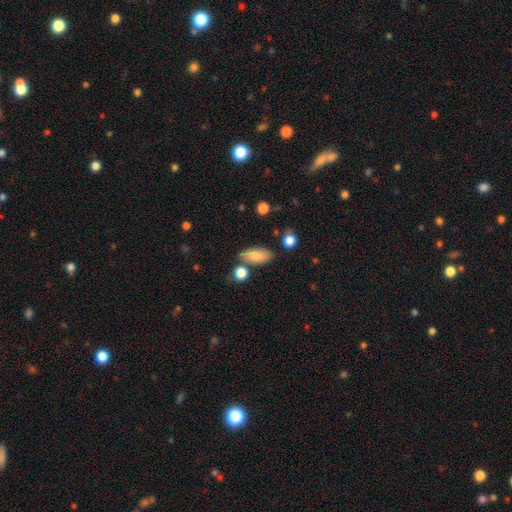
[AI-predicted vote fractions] smooth-or-featured: smooth: 82% | featured or disk: 11% | star or artifact: 7%
  how-rounded: in between: 85% | cigar-shaped: 10% | round: 4%
  merging: none: 74% | minor disturbance: 14% | merger: 8% | major disturbance: 4%